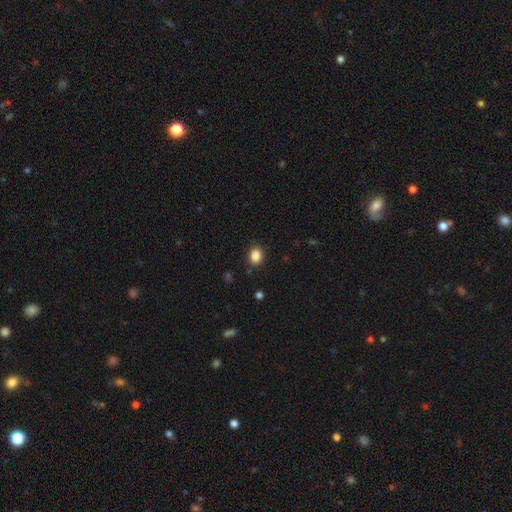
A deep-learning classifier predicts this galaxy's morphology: type=smooth (87%); roundness=in between (63%); merging=none (85%).